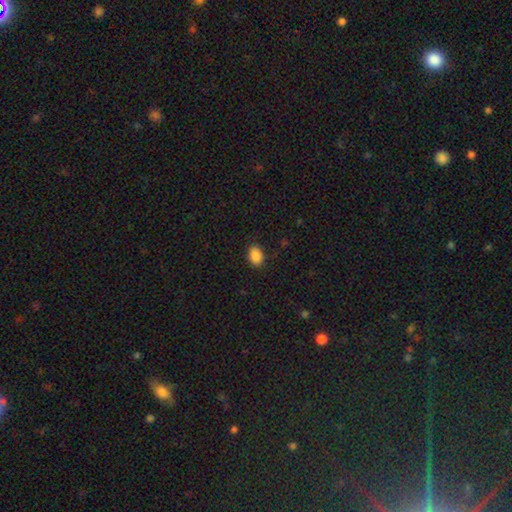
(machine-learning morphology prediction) Q: Smooth or featured?
A: smooth (88%); runner-up: star or artifact (9%)
Q: How rounded?
A: in between (80%); runner-up: round (19%)
Q: Merging?
A: none (86%); runner-up: minor disturbance (11%)